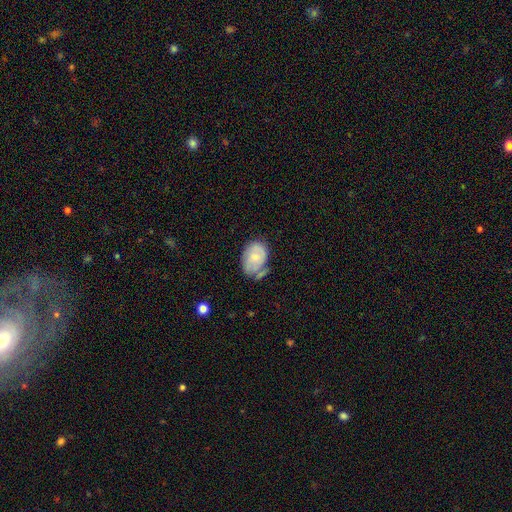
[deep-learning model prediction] smooth-or-featured: smooth: 57% | featured or disk: 36% | star or artifact: 7%
  how-rounded: in between: 78% | round: 21% | cigar-shaped: 1%
  merging: none: 44% | minor disturbance: 30% | merger: 14% | major disturbance: 12%